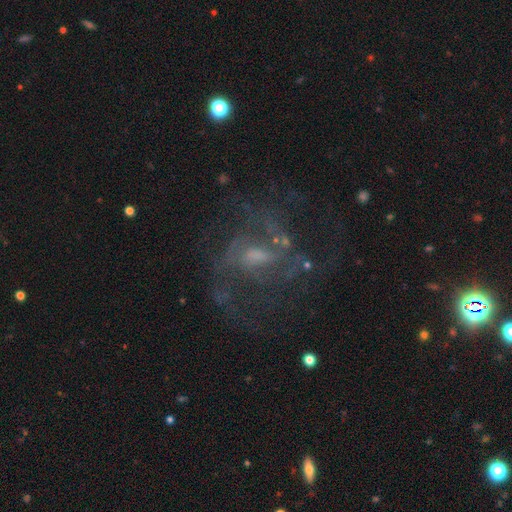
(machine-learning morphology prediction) type=featured or disk (78%); edge-on=no (97%); bar=weak (52%); spiral arms=yes (83%); winding=medium (48%); arm count=2 (40%); bulge=small (41%); merging=none (57%).